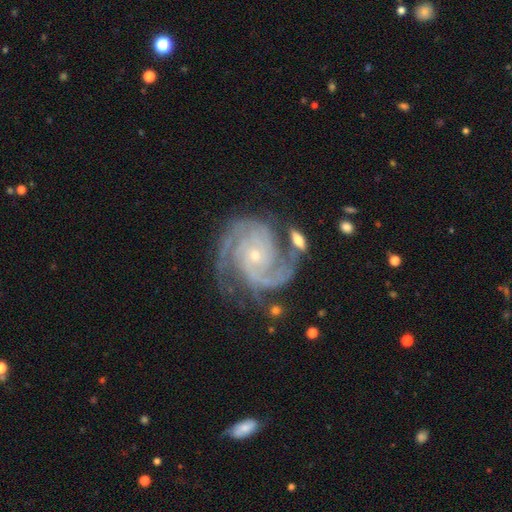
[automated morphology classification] smooth-or-featured: featured or disk: 92% | star or artifact: 5% | smooth: 3%
  disk-edge-on: no: 98% | yes: 2%
    bar: no: 73% | weak: 19% | strong: 7%
    has-spiral-arms: yes: 98% | no: 2%
      spiral-winding: tight: 60% | medium: 35% | loose: 5%
      spiral-arm-count: 2: 45% | 3: 29% | can't tell: 8% | 4: 8% | more than 4: 5% | 1: 5%
    bulge-size: small: 79% | moderate: 18% | none: 1% | large: 1% | dominant: 1%
  merging: none: 65% | minor disturbance: 19% | major disturbance: 9% | merger: 6%